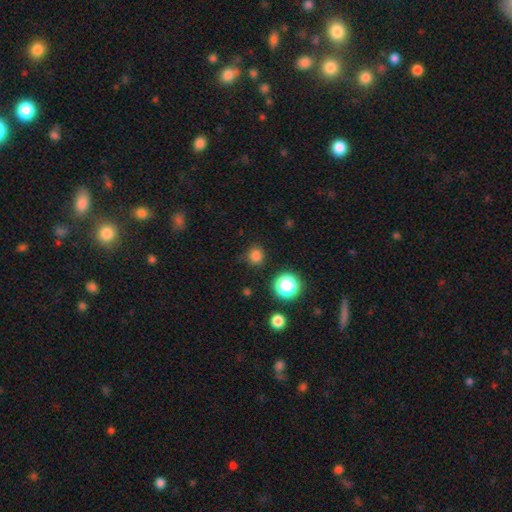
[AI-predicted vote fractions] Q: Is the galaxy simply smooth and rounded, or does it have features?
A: smooth — 78%.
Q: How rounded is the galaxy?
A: round — 89%.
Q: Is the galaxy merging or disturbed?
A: none — 85%.